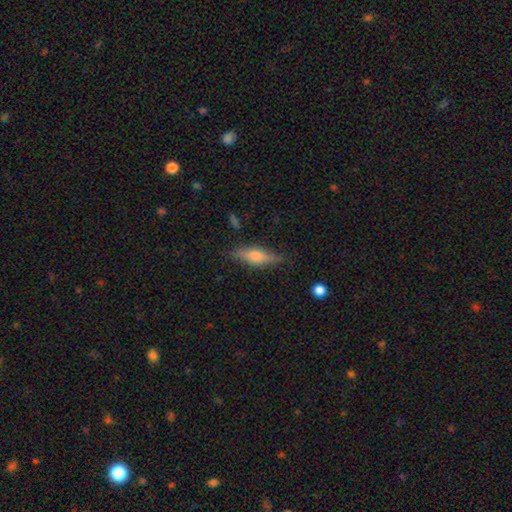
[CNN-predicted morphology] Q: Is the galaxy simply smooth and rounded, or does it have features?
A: smooth — 49%.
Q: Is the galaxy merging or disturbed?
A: none — 81%.